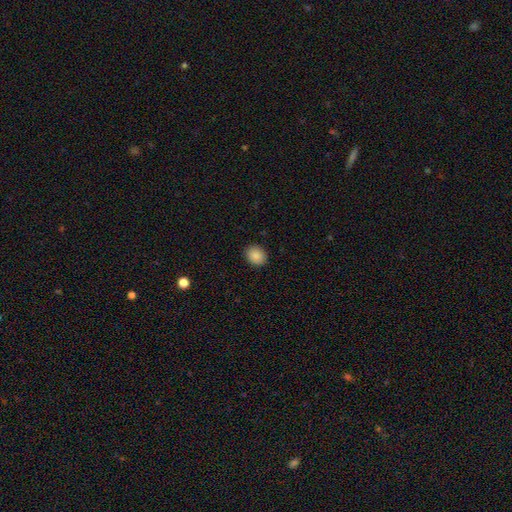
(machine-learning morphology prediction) A smooth galaxy with no disk features (88%) that is round (58%).

Vote fractions:
- Smooth or featured? smooth: 88% / star or artifact: 9% / featured or disk: 3%
- How rounded? round: 58% / in between: 41% / cigar-shaped: 1%
- Merging? none: 90% / minor disturbance: 7% / major disturbance: 2% / merger: 1%